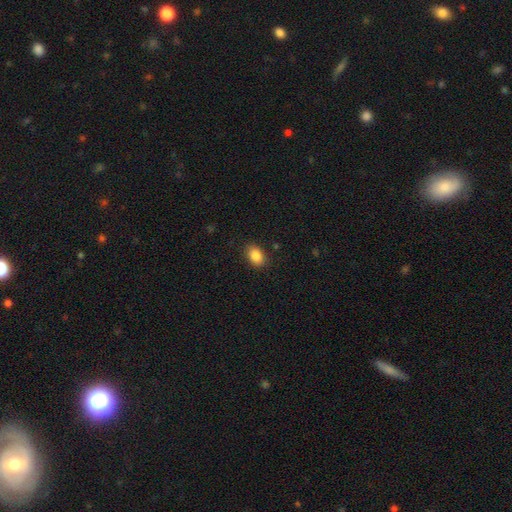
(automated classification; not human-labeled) smooth 86%, star or artifact 8%, featured or disk 5%. Down the decision tree: how rounded — in between (79%); merging — none (87%).